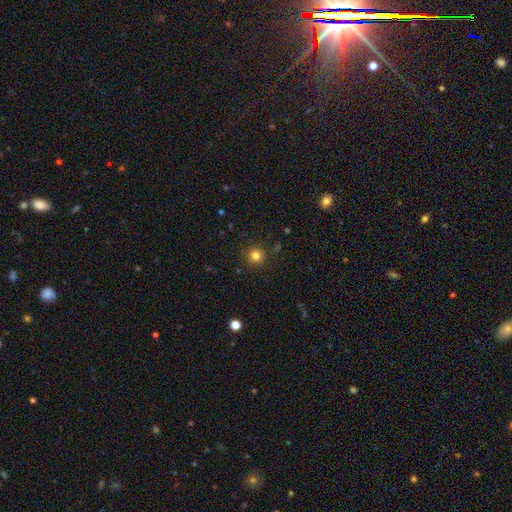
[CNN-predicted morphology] Smooth or featured?
  - smooth: 81% *
  - star or artifact: 14%
  - featured or disk: 5%
How rounded?
  - round: 95% *
  - in between: 4%
  - cigar-shaped: 1%
Merging?
  - none: 90% *
  - minor disturbance: 6%
  - major disturbance: 2%
  - merger: 1%